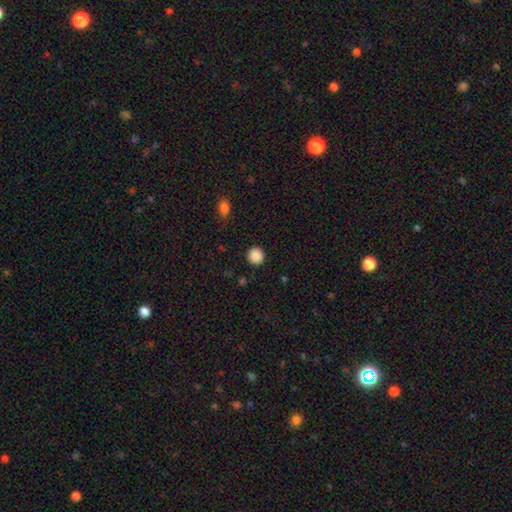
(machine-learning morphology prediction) This appears to be a smooth galaxy with no disk features (88%) that is round (93%). Merging: none (91%).